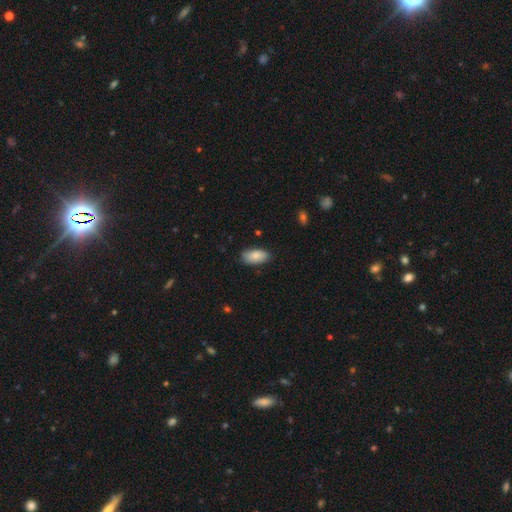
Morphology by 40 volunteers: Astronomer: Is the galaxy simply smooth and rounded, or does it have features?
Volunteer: smooth — 92%.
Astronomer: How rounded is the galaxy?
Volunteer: in between — 100%.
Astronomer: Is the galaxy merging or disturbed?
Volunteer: none — 80%.